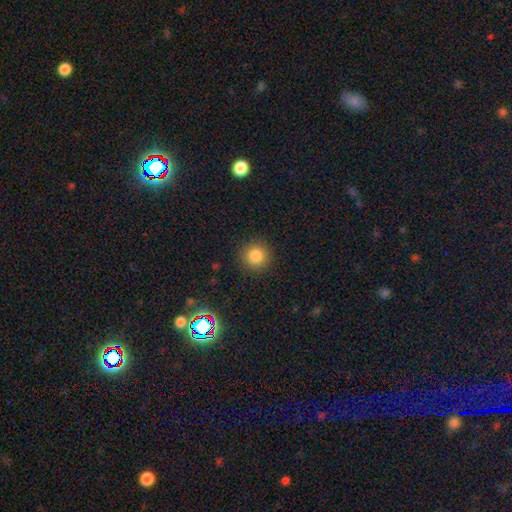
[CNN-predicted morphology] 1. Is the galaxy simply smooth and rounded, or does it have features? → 83% smooth, 12% star or artifact, 5% featured or disk.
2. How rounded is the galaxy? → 93% round, 6% in between, 1% cigar-shaped.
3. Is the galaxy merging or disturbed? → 90% none, 7% minor disturbance, 2% major disturbance, 1% merger.